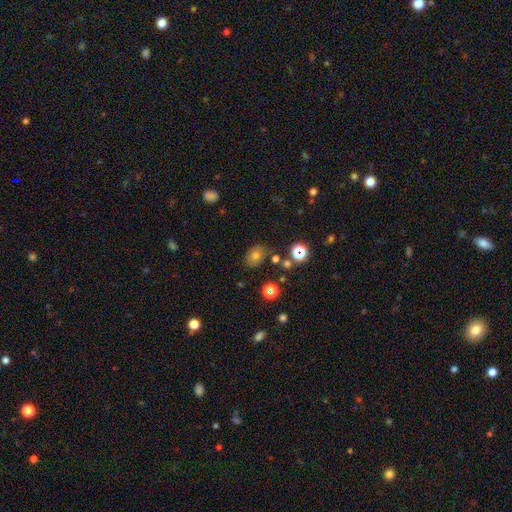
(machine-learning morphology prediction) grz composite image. It shows a smooth galaxy with no disk features (65%) that is round (53%). Merging: none (78%).